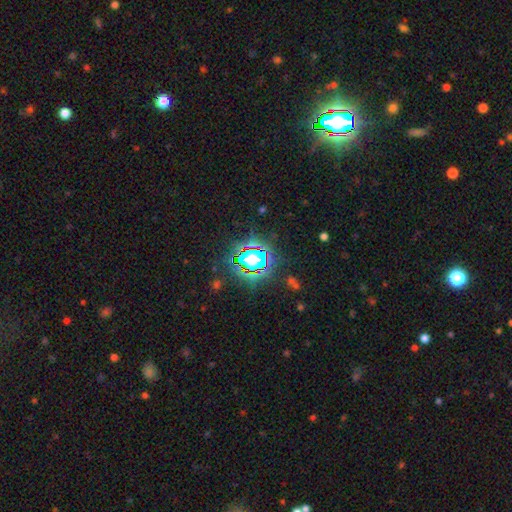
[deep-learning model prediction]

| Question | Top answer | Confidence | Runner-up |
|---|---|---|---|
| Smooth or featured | star or artifact | 74% | smooth (16%) |